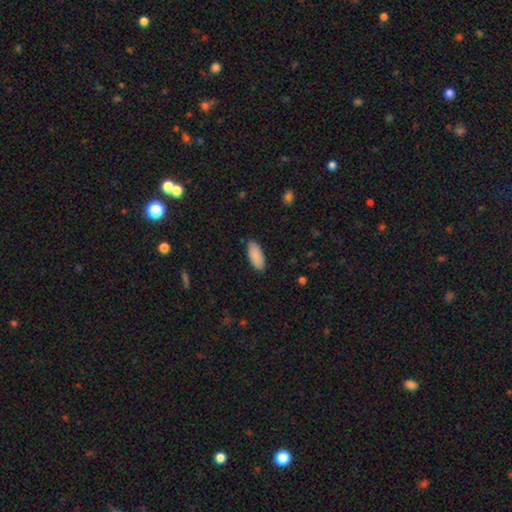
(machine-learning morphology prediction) smooth_or_featured: smooth (p=0.90) [alt: star or artifact p=0.06]
how_rounded: in between (p=0.86) [alt: cigar-shaped p=0.12]
merging: none (p=0.87) [alt: minor disturbance p=0.10]